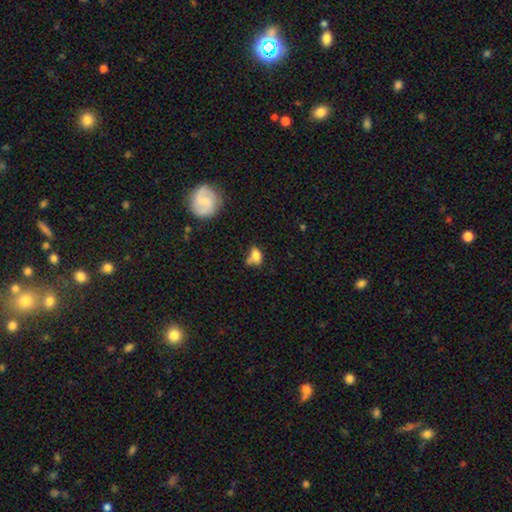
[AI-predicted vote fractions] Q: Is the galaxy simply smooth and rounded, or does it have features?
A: smooth — 77%.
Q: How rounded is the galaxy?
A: in between — 75%.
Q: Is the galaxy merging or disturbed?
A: none — 43%.